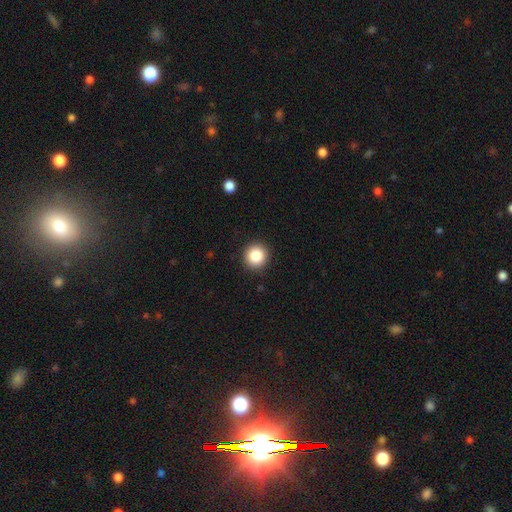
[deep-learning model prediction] This appears to be a smooth galaxy with no disk features (86%) that is round (94%). Merging: none (92%).